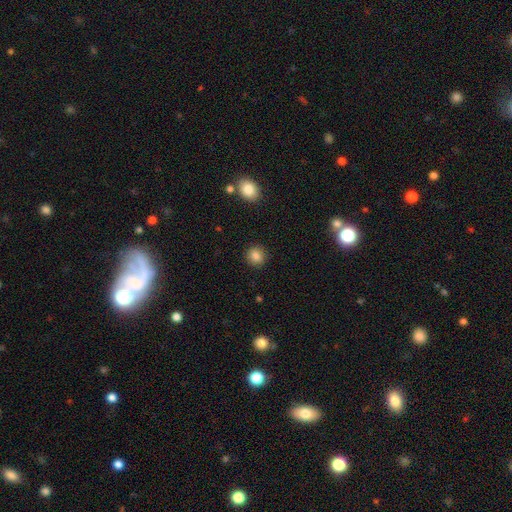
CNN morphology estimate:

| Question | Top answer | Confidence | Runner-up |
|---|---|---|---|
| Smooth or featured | smooth | 85% | star or artifact (10%) |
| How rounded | round | 89% | in between (10%) |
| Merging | none | 91% | minor disturbance (6%) |